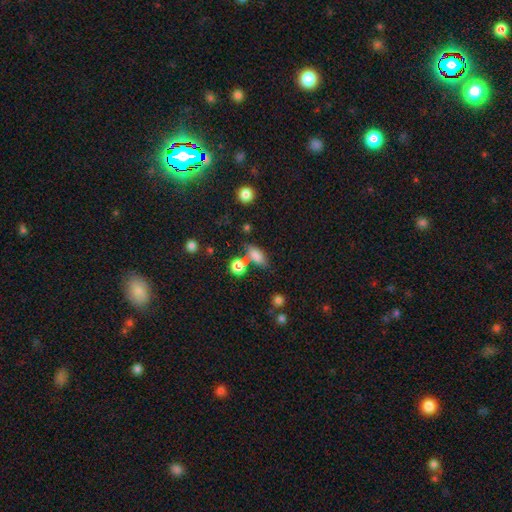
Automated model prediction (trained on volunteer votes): This is likely a smooth galaxy (77%). How rounded: likely in between (74%). Merging: likely none (62%).